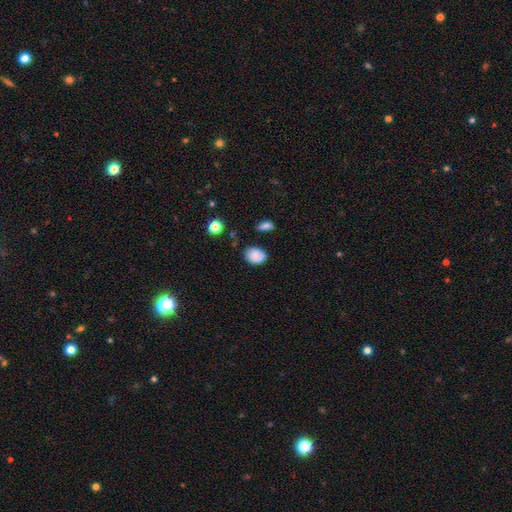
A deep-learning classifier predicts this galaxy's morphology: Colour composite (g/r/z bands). It shows a smooth galaxy with no disk features (84%) that is in between round and cigar-shaped (61%). Merging: none (66%).